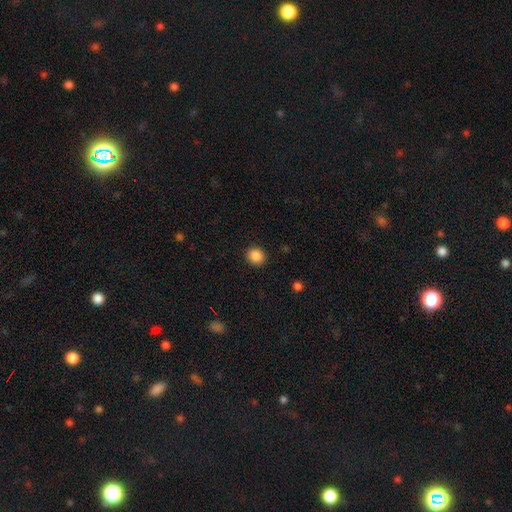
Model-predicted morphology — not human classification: Smooth or featured? smooth (88%)
How rounded? round (79%)
Merging? none (91%)